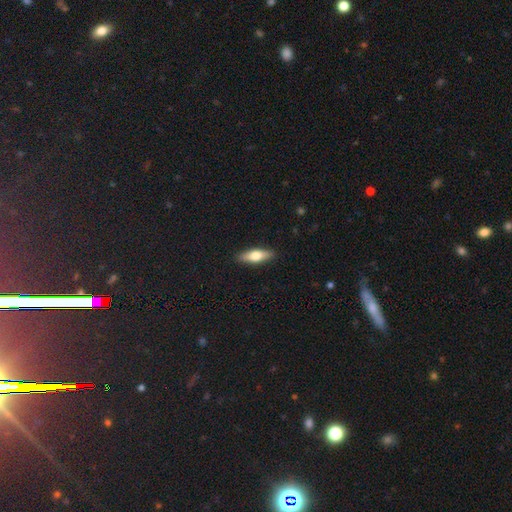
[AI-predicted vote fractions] This appears to be a smooth galaxy with no disk features (62%) that is in between round and cigar-shaped (50%). Merging: none (90%).